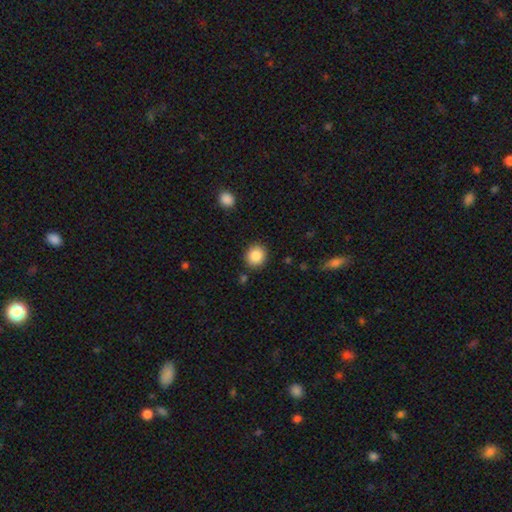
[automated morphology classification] This is clearly a smooth galaxy (87%). How rounded: clearly round (83%). Merging: clearly none (88%).